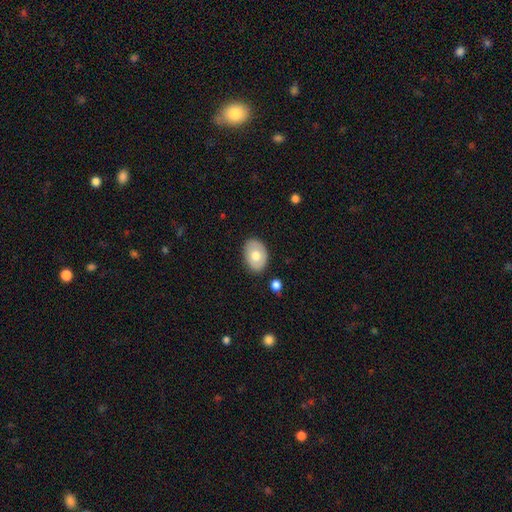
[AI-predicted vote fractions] smooth 66%, featured or disk 27%, star or artifact 6%. Down the decision tree: how rounded — in between (80%); merging — none (83%).